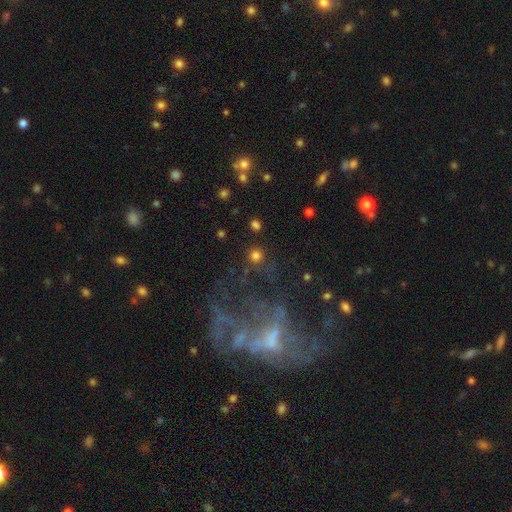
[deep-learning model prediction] smooth 74%, star or artifact 17%, featured or disk 9%. Down the decision tree: how rounded — round (94%); merging — none (85%).